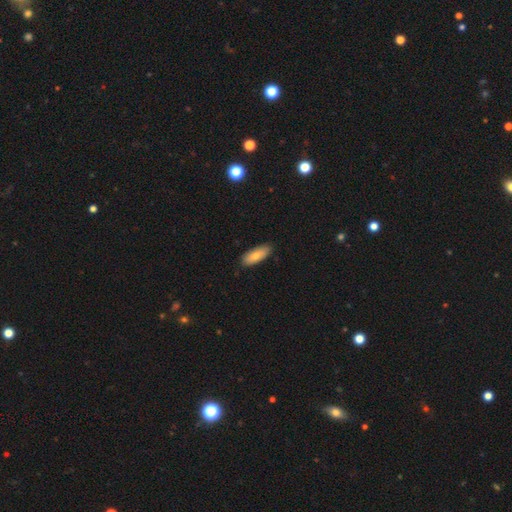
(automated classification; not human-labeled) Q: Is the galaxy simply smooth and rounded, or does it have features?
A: smooth — 80%.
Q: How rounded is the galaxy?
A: in between — 76%.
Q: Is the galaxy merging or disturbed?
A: none — 86%.